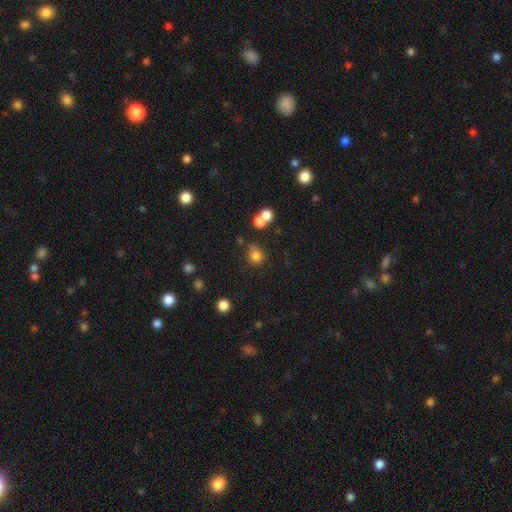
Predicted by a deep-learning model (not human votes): This appears to be a smooth galaxy with no disk features (78%) that is round (84%). Merging: none (65%).